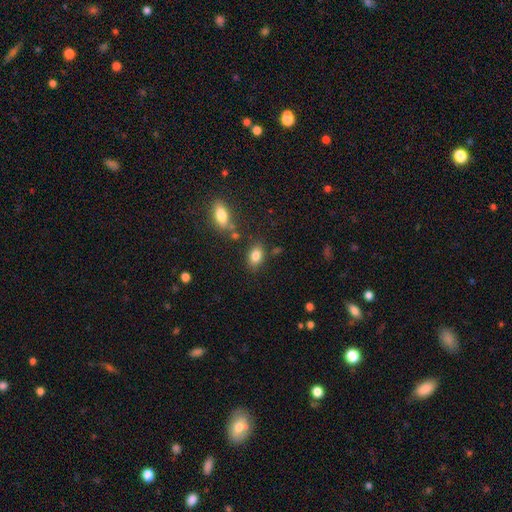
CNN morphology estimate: smooth-or-featured: smooth: 83% | star or artifact: 9% | featured or disk: 7%
  how-rounded: in between: 84% | round: 14% | cigar-shaped: 2%
  merging: none: 79% | minor disturbance: 12% | merger: 6% | major disturbance: 3%